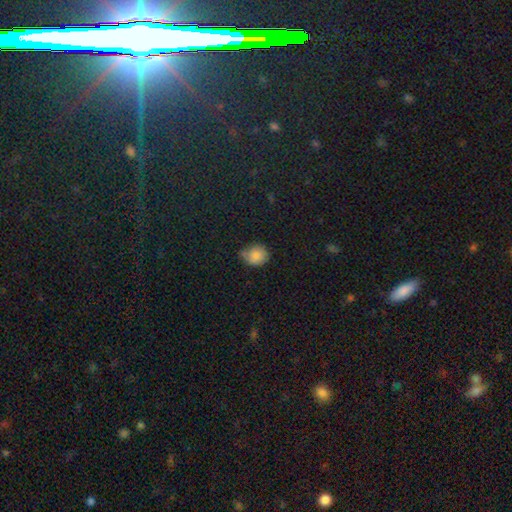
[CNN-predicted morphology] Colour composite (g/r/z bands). It shows a smooth galaxy with no disk features (82%) that is round (73%). Merging: none (58%).